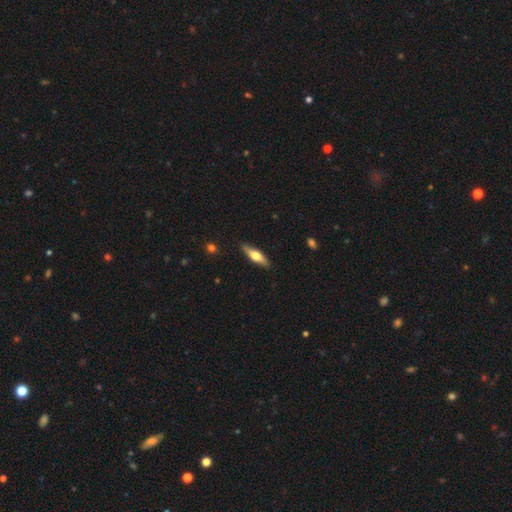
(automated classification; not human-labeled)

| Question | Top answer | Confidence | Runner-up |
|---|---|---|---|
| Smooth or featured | smooth | 48% | featured or disk (47%) |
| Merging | none | 86% | minor disturbance (11%) |